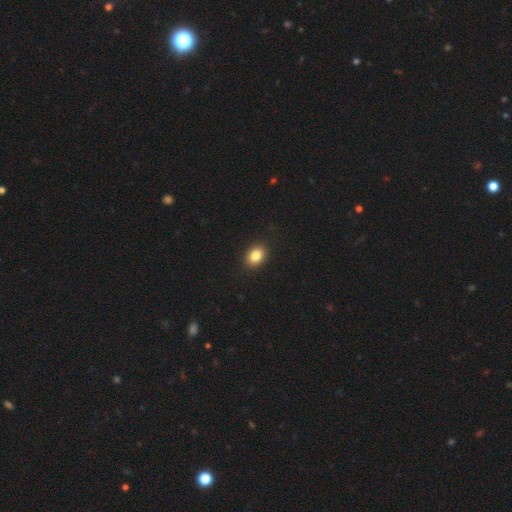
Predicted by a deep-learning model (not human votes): Overall: smooth (84%). How rounded: in between (63%; round 36%). Merging: none (90%).